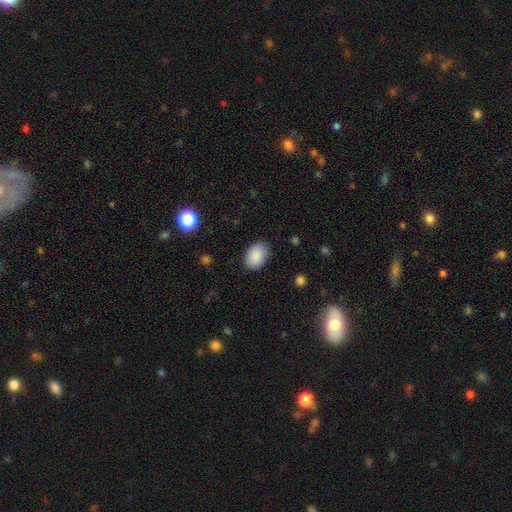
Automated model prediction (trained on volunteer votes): Overall: smooth (89%). How rounded: in between (87%). Merging: none (85%).